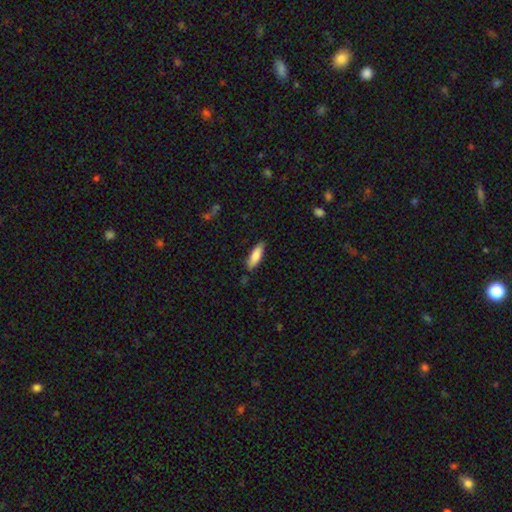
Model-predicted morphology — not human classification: smooth-or-featured: smooth: 83% | featured or disk: 11% | star or artifact: 6%
  how-rounded: cigar-shaped: 50% | in between: 49% | round: 2%
  merging: none: 84% | minor disturbance: 12% | major disturbance: 2% | merger: 2%